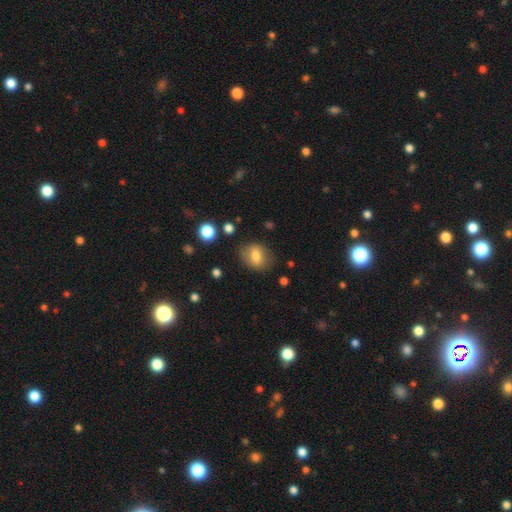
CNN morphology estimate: Smooth or featured? Predicted: smooth (p=0.74). How rounded? Predicted: in between (p=0.56). Merging? Predicted: none (p=0.77).